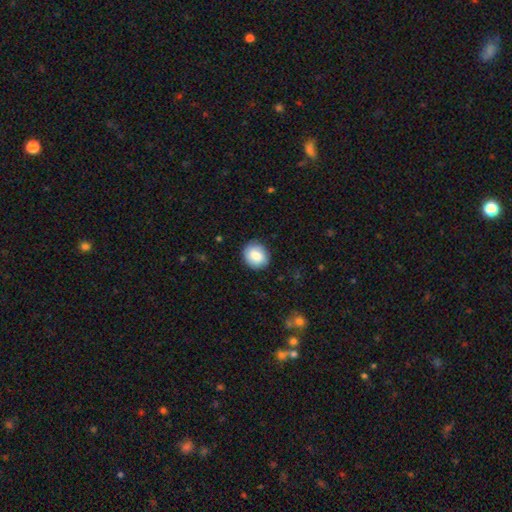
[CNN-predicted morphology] Q: Smooth or featured?
A: smooth (80%); runner-up: featured or disk (12%)
Q: How rounded?
A: round (71%); runner-up: in between (28%)
Q: Merging?
A: none (84%); runner-up: minor disturbance (12%)